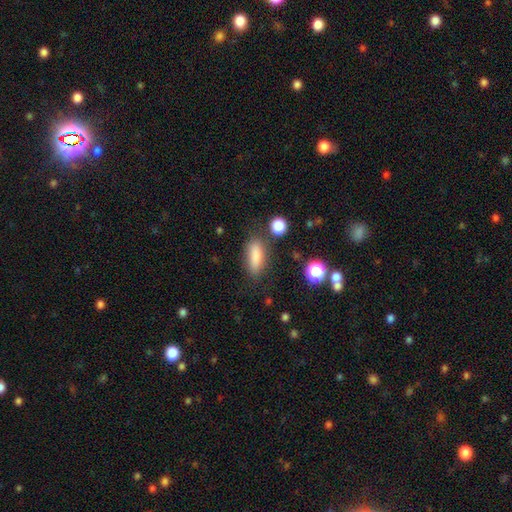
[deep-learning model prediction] Overall: smooth (83%). How rounded: in between (68%; cigar-shaped 28%). Merging: none (75%).